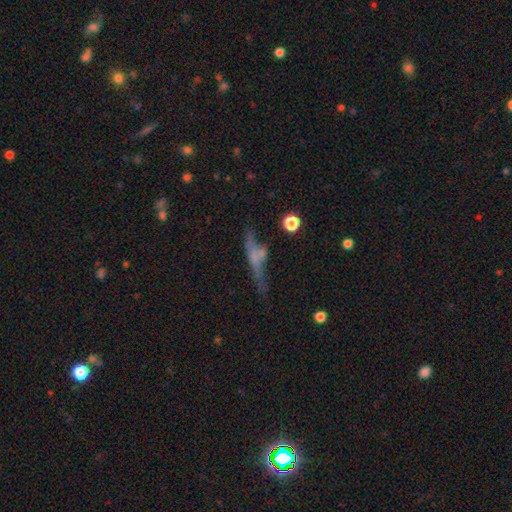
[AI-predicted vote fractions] Overall: featured or disk (50%; smooth 38%). Merging: none (54%; minor disturbance 21%).